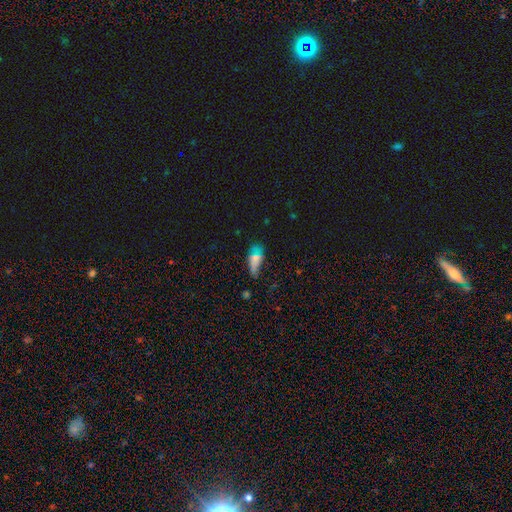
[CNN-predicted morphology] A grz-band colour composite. It shows a smooth galaxy with no disk features (60%) that is in between round and cigar-shaped (73%). Merging: none (40%).